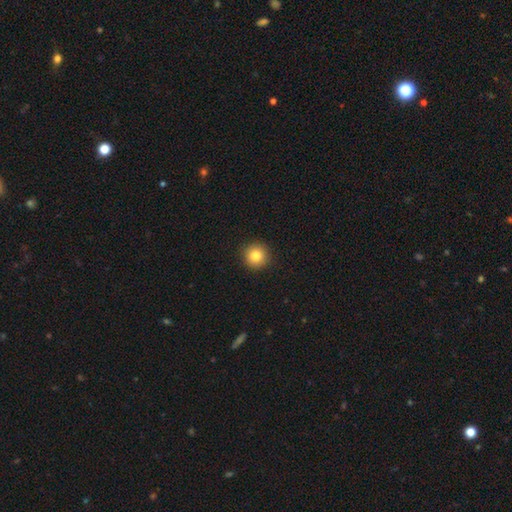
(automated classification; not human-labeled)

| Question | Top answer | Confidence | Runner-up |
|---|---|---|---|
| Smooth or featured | smooth | 82% | star or artifact (11%) |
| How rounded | round | 95% | in between (4%) |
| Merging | none | 93% | minor disturbance (5%) |